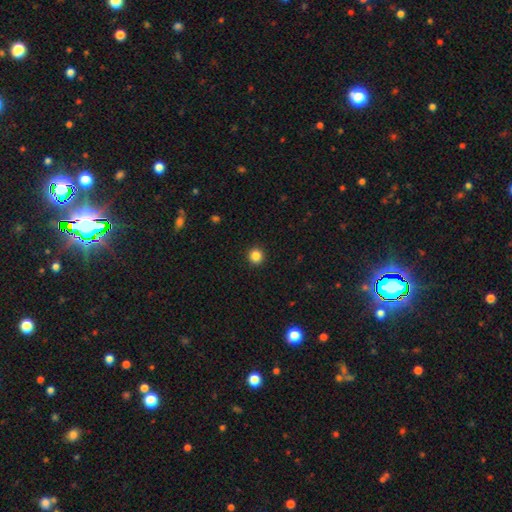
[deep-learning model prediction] Smooth or featured? smooth (85%)
How rounded? round (94%)
Merging? none (93%)